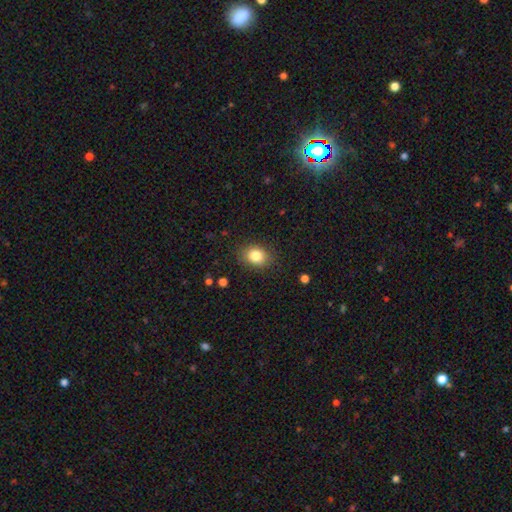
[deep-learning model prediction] The model was most divided on "how rounded": in between: 53%, round: 46%, cigar-shaped: 1%. More confident: merging — none (86%); smooth or featured — smooth (83%).